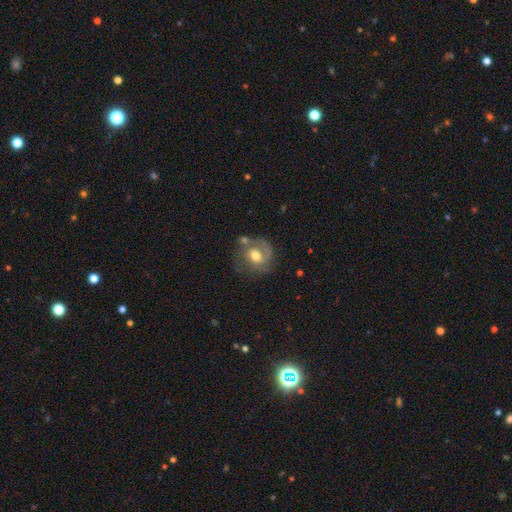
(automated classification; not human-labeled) Smooth or featured? featured or disk (58%)
Edge-on disk? no (97%)
Bar? no (59%)
Spiral arms? yes (76%)
Bulge size? moderate (73%)
Merging? none (56%)